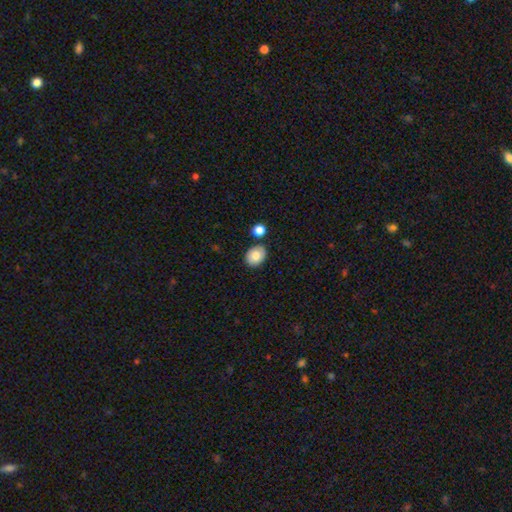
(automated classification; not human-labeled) Smooth or featured?
  - smooth: 81% *
  - featured or disk: 11%
  - star or artifact: 8%
How rounded?
  - round: 50% *
  - in between: 49%
  - cigar-shaped: 1%
Merging?
  - none: 81% *
  - minor disturbance: 10%
  - merger: 7%
  - major disturbance: 2%